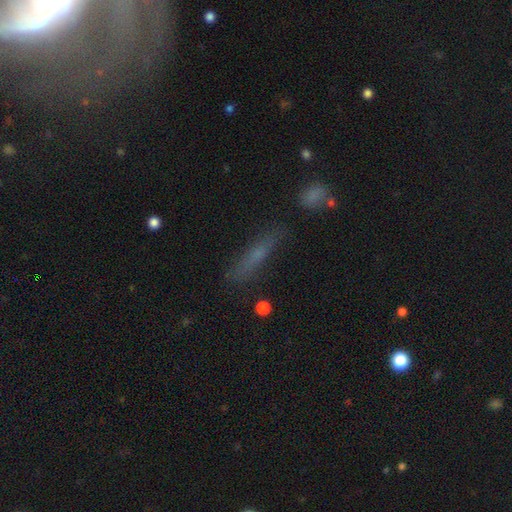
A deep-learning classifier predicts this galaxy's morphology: Q: Smooth or featured?
A: smooth (51%); runner-up: featured or disk (33%)
Q: How rounded?
A: cigar-shaped (84%); runner-up: in between (13%)
Q: Merging?
A: none (76%); runner-up: minor disturbance (15%)